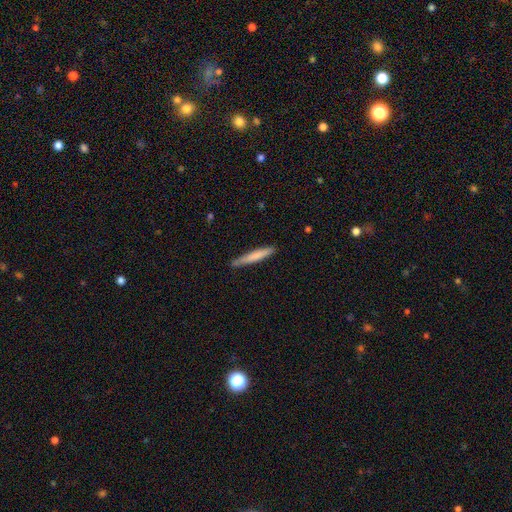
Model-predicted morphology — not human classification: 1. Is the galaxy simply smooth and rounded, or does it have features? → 73% smooth, 21% featured or disk, 6% star or artifact.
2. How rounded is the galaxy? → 94% cigar-shaped, 5% in between, 1% round.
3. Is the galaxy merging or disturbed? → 82% none, 14% minor disturbance, 2% major disturbance, 2% merger.